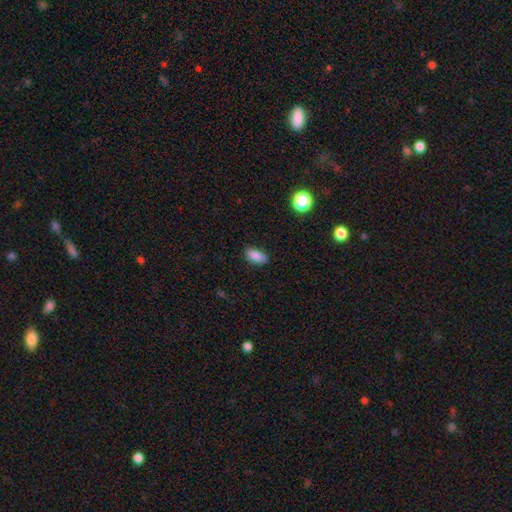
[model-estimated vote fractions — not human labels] Smooth or featured? smooth (85%)
How rounded? in between (88%)
Merging? none (78%)